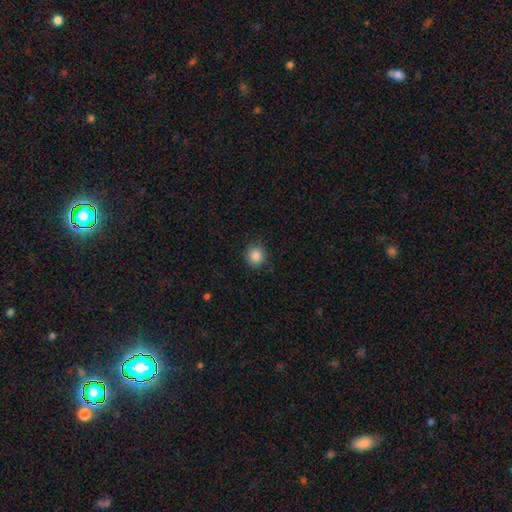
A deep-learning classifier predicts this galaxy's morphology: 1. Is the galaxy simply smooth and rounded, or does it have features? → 87% smooth, 10% star or artifact, 3% featured or disk.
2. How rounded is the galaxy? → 91% round, 8% in between, 1% cigar-shaped.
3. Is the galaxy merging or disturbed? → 88% none, 9% minor disturbance, 2% major disturbance, 1% merger.